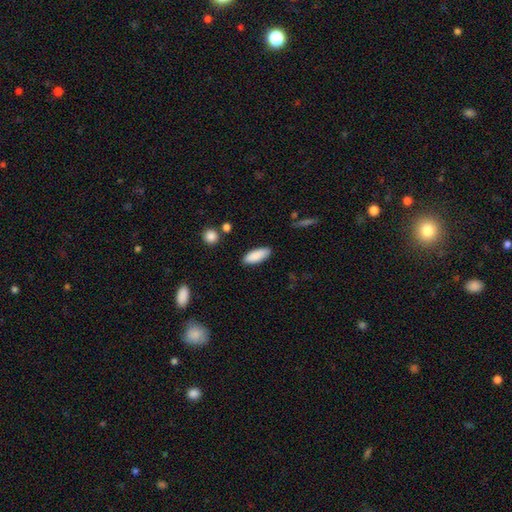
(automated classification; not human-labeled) Smooth or featured: smooth — 87% (featured or disk — 7%)
How rounded: in between — 75% (cigar-shaped — 23%)
Merging: none — 87% (minor disturbance — 9%)